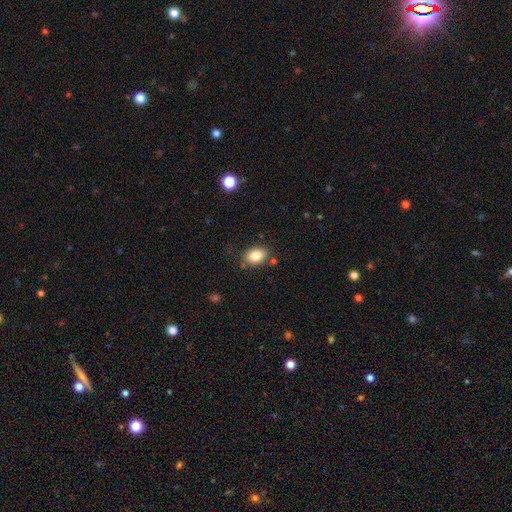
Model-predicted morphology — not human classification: smooth 84%, star or artifact 8%, featured or disk 8%. Down the decision tree: how rounded — in between (76%); merging — none (79%).